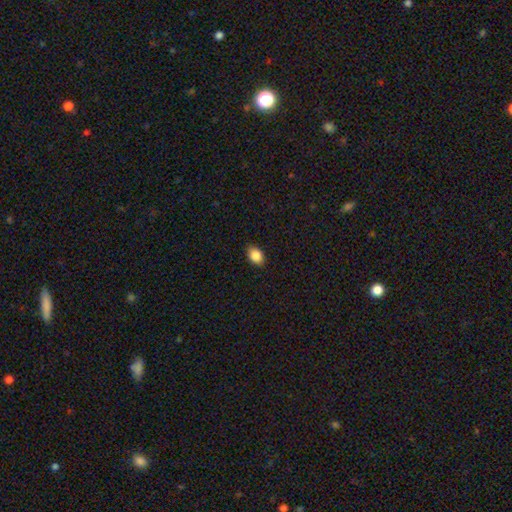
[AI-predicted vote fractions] Q: Smooth or featured?
A: smooth (87%); runner-up: star or artifact (8%)
Q: How rounded?
A: in between (81%); runner-up: round (18%)
Q: Merging?
A: none (87%); runner-up: minor disturbance (10%)